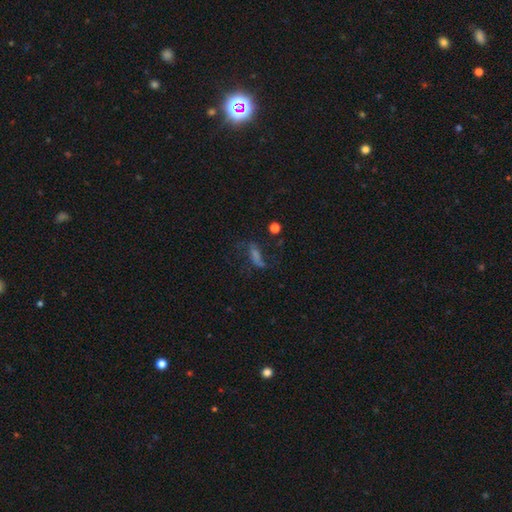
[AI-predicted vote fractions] Smooth or featured?
  - featured or disk: 48% *
  - smooth: 26%
  - star or artifact: 26%
Merging?
  - none: 55% *
  - major disturbance: 22%
  - minor disturbance: 18%
  - merger: 4%